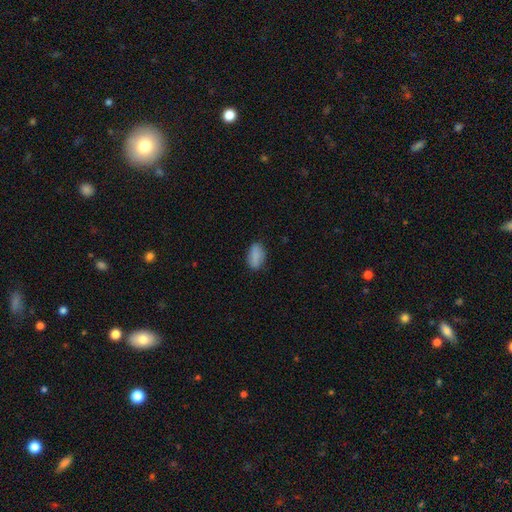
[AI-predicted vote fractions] A smooth galaxy with no disk features (87%) that is in between round and cigar-shaped (91%).

Vote fractions:
- Smooth or featured? smooth: 87% / star or artifact: 7% / featured or disk: 6%
- How rounded? in between: 91% / round: 5% / cigar-shaped: 4%
- Merging? none: 81% / minor disturbance: 15% / major disturbance: 3% / merger: 1%